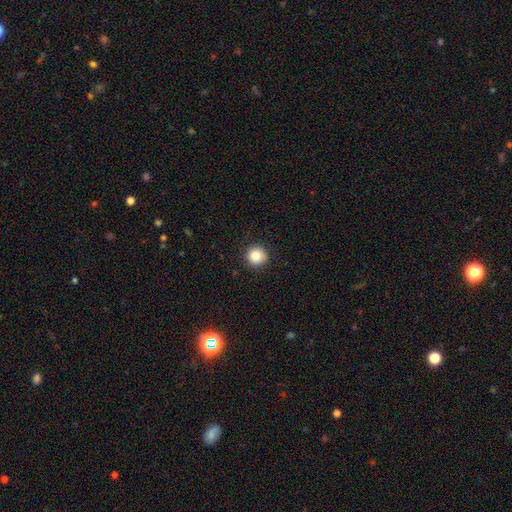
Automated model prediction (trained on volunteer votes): This is clearly a smooth galaxy (85%). How rounded: clearly round (94%). Merging: clearly none (89%).